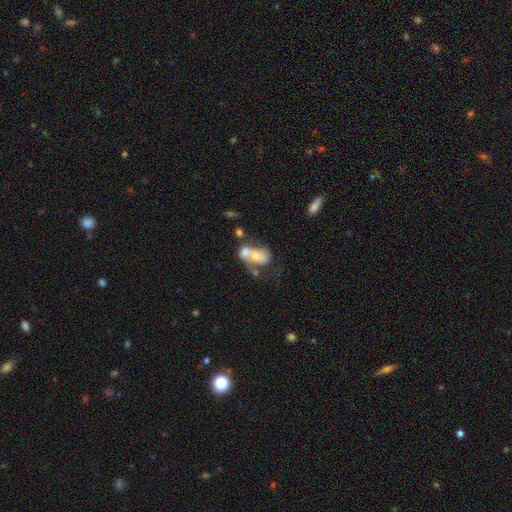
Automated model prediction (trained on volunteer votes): This appears to be a smooth galaxy with no disk features (54%) that is in between round and cigar-shaped (75%). Merging: merger (67%).